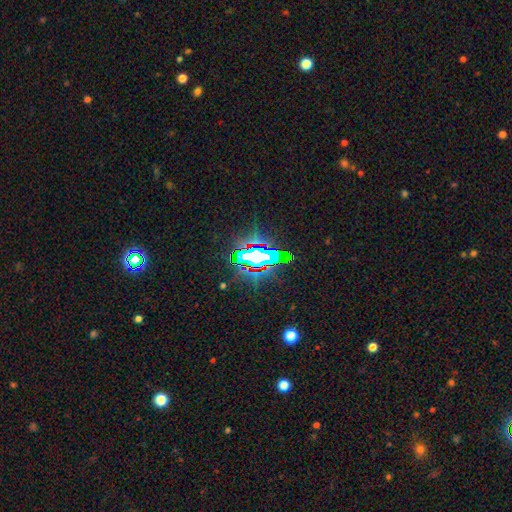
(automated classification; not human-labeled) Smooth or featured?
  - star or artifact: 67% *
  - smooth: 18%
  - featured or disk: 15%